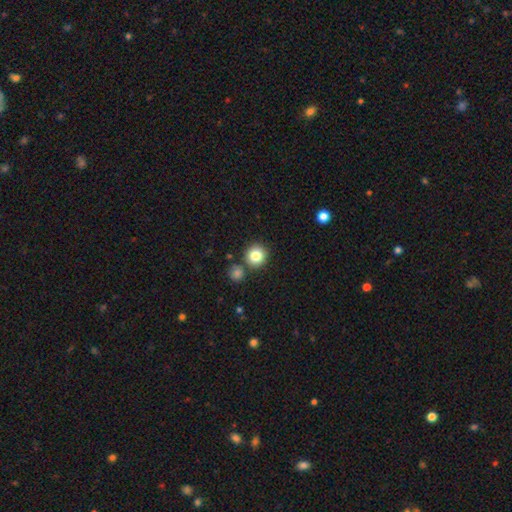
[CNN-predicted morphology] The model was most divided on "merging": none: 80%, merger: 10%, minor disturbance: 7%, major disturbance: 2%. More confident: how rounded — round (92%); smooth or featured — smooth (83%).